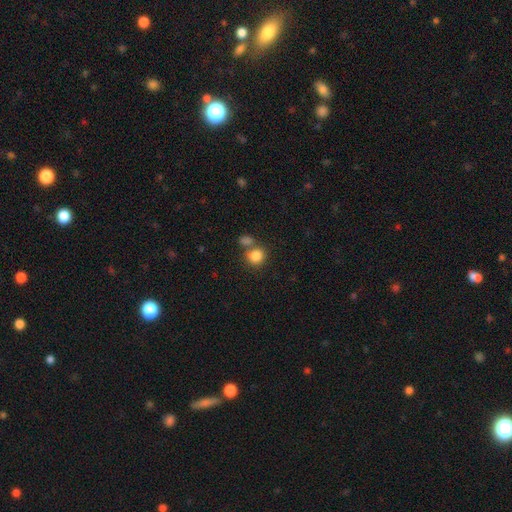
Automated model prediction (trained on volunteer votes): A smooth galaxy with no disk features (84%) that is round (82%).

Vote fractions:
- Smooth or featured? smooth: 84% / star or artifact: 10% / featured or disk: 6%
- How rounded? round: 82% / in between: 17% / cigar-shaped: 1%
- Merging? none: 56% / merger: 30% / minor disturbance: 10% / major disturbance: 4%